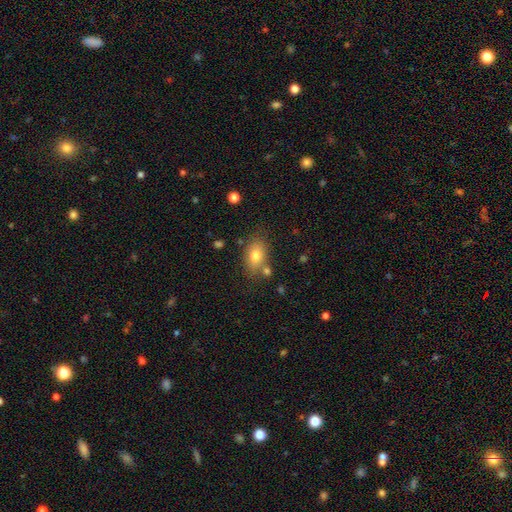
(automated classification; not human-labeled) Smooth or featured?
  - smooth: 76% *
  - featured or disk: 14%
  - star or artifact: 10%
How rounded?
  - in between: 82% *
  - round: 16%
  - cigar-shaped: 2%
Merging?
  - none: 71% *
  - minor disturbance: 15%
  - merger: 10%
  - major disturbance: 4%